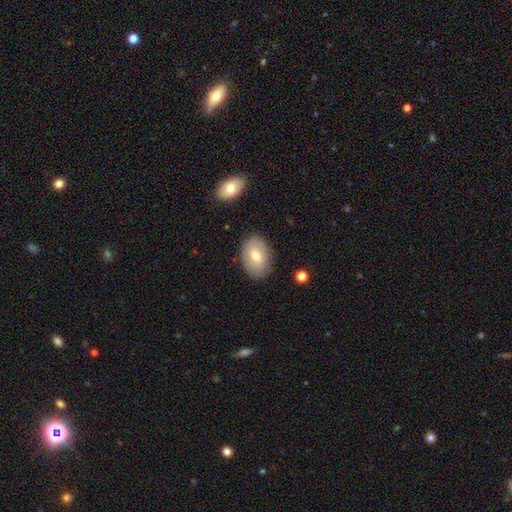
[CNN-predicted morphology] Smooth or featured?
  - smooth: 69% *
  - featured or disk: 24%
  - star or artifact: 7%
How rounded?
  - in between: 86% *
  - round: 13%
  - cigar-shaped: 1%
Merging?
  - none: 83% *
  - minor disturbance: 12%
  - major disturbance: 3%
  - merger: 2%